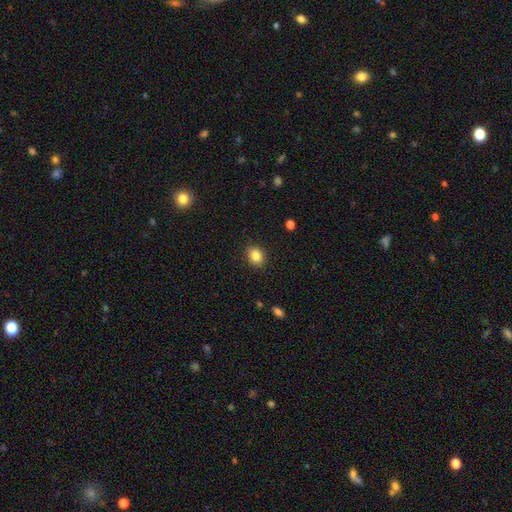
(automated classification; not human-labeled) A smooth galaxy with no disk features (85%) that is in between round and cigar-shaped (55%).

Vote fractions:
- Smooth or featured? smooth: 85% / star or artifact: 9% / featured or disk: 6%
- How rounded? in between: 55% / round: 44% / cigar-shaped: 1%
- Merging? none: 89% / minor disturbance: 8% / major disturbance: 2% / merger: 1%